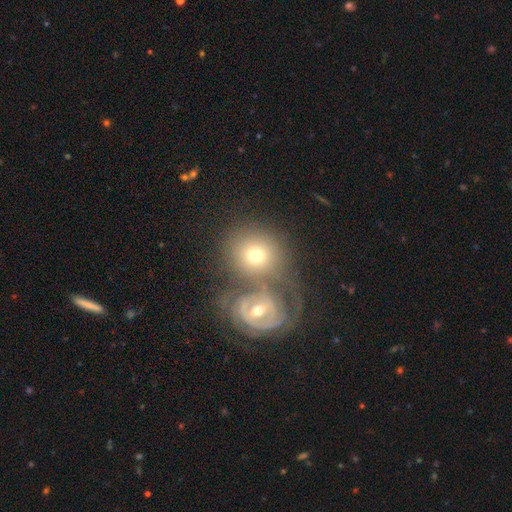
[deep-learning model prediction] Overall: smooth (48%; featured or disk 44%). Merging: merger (46%; none 37%).